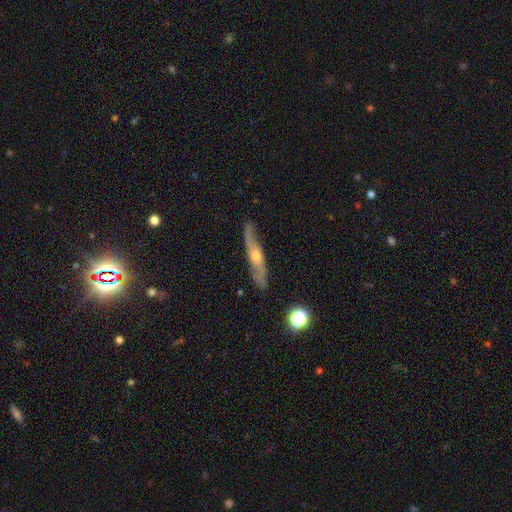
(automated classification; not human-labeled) Smooth or featured? featured or disk (71%)
Edge-on disk? yes (70%)
Merging? none (82%)